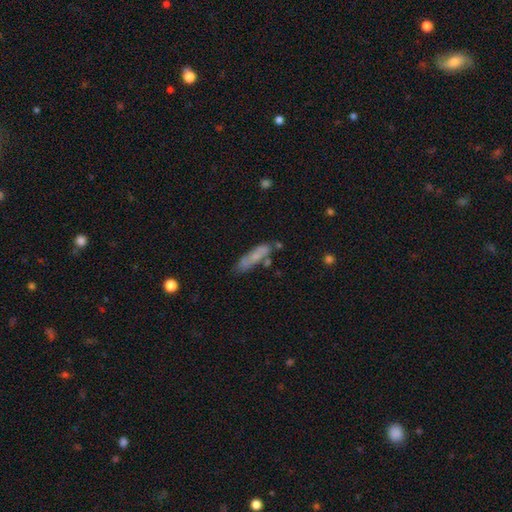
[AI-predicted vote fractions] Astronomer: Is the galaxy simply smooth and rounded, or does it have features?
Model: smooth — 63%.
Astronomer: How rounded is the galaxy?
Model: cigar-shaped — 73%.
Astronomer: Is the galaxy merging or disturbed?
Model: none — 60%.